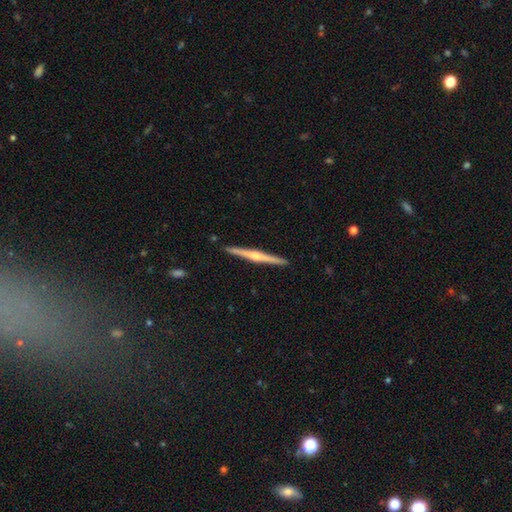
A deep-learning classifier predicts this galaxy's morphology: A featured or disk galaxy (75%) viewed edge-on (98%) with a rounded central bulge (82%).

Vote fractions:
- Smooth or featured? featured or disk: 75% / smooth: 18% / star or artifact: 7%
- Edge-on disk? yes: 98% / no: 2%
- Edge-on bulge? rounded: 82% / none: 13% / boxy: 5%
- Merging? none: 91% / minor disturbance: 6% / major disturbance: 1% / merger: 1%